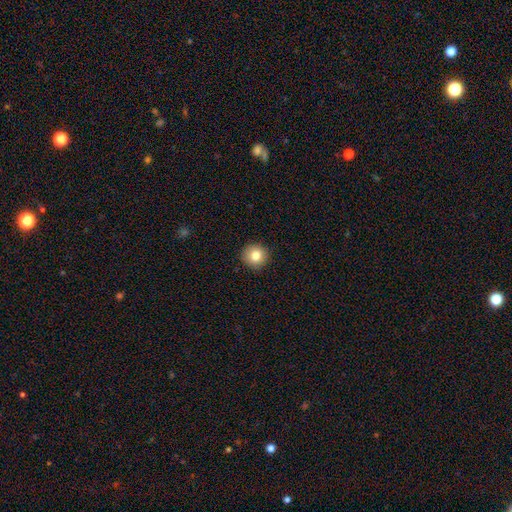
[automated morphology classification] smooth_or_featured: smooth (p=0.81) [alt: star or artifact p=0.10]
how_rounded: round (p=0.94) [alt: in between p=0.05]
merging: none (p=0.92) [alt: minor disturbance p=0.06]